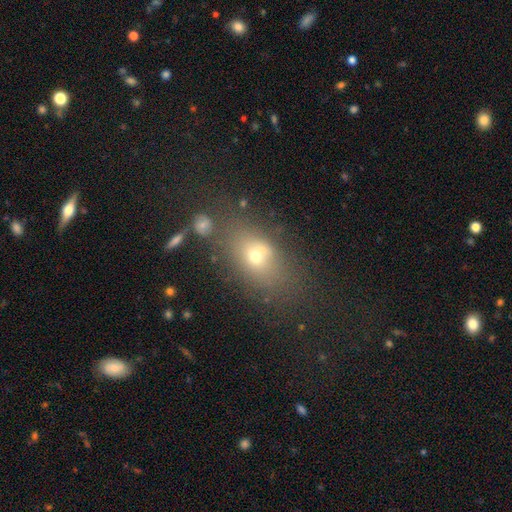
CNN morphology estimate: Q: Smooth or featured?
A: smooth (61%); runner-up: featured or disk (21%)
Q: How rounded?
A: in between (71%); runner-up: round (25%)
Q: Merging?
A: none (56%); runner-up: minor disturbance (18%)